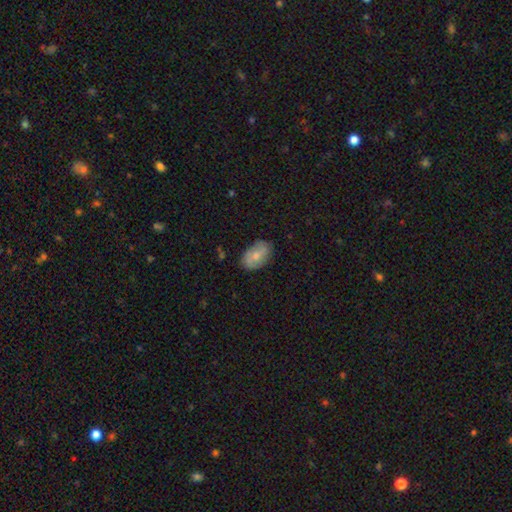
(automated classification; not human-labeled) Smooth or featured: smooth — 62% (featured or disk — 31%)
How rounded: in between — 90% (round — 9%)
Merging: none — 77% (minor disturbance — 18%)